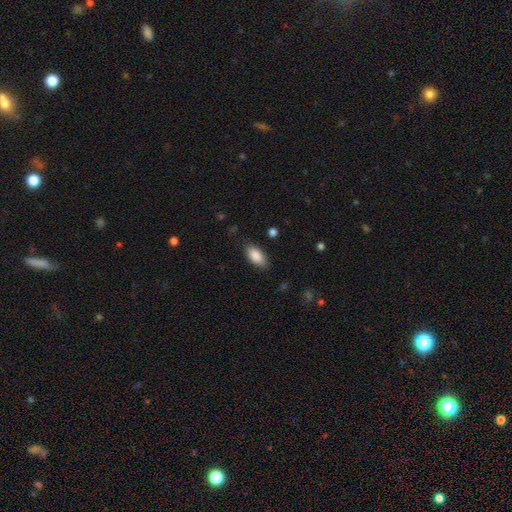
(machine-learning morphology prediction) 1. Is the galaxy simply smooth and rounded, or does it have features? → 88% smooth, 6% star or artifact, 6% featured or disk.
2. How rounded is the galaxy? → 91% in between, 7% cigar-shaped, 2% round.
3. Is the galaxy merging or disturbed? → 84% none, 12% minor disturbance, 3% major disturbance, 1% merger.